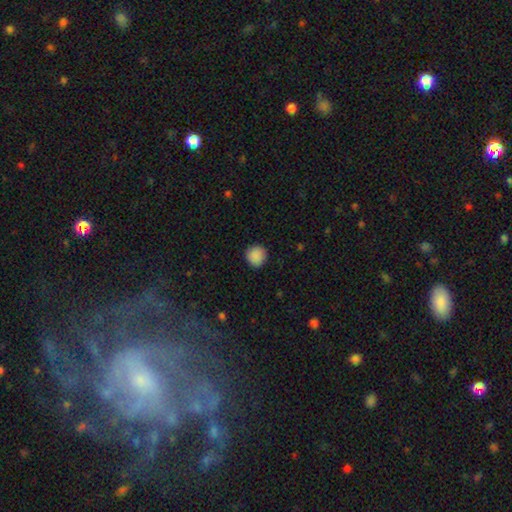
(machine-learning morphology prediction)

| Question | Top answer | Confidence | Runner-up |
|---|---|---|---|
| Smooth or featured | smooth | 90% | star or artifact (8%) |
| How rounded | round | 94% | in between (5%) |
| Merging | none | 91% | minor disturbance (6%) |